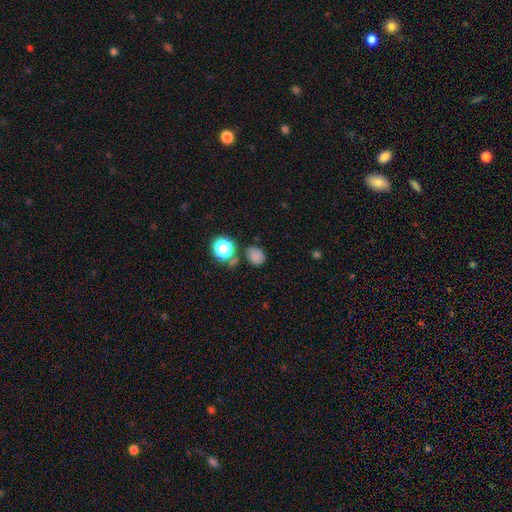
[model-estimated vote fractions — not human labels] A smooth galaxy with no disk features (77%) that is round (63%).

Vote fractions:
- Smooth or featured? smooth: 77% / star or artifact: 18% / featured or disk: 6%
- How rounded? round: 63% / in between: 36% / cigar-shaped: 1%
- Merging? none: 69% / minor disturbance: 16% / merger: 10% / major disturbance: 5%